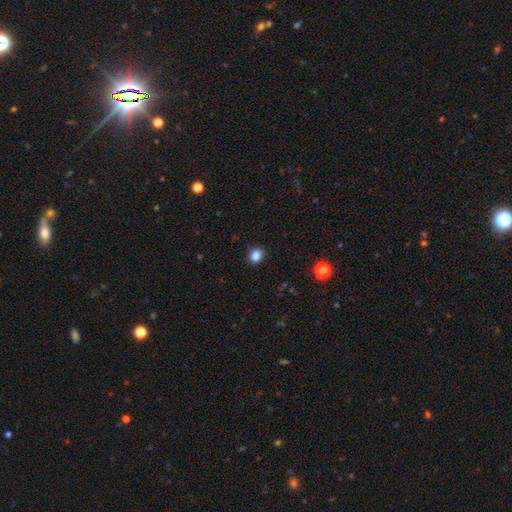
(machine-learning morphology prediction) Smooth or featured?
  - smooth: 86% *
  - star or artifact: 11%
  - featured or disk: 4%
How rounded?
  - round: 62% *
  - in between: 37%
  - cigar-shaped: 1%
Merging?
  - none: 90% *
  - minor disturbance: 7%
  - major disturbance: 2%
  - merger: 1%